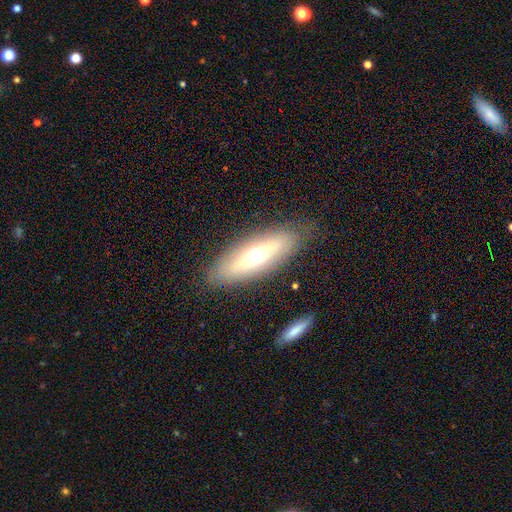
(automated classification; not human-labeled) The model was most divided on "smooth or featured": smooth: 51%, featured or disk: 42%, star or artifact: 7%. More confident: merging — none (82%); how rounded — in between (55%).